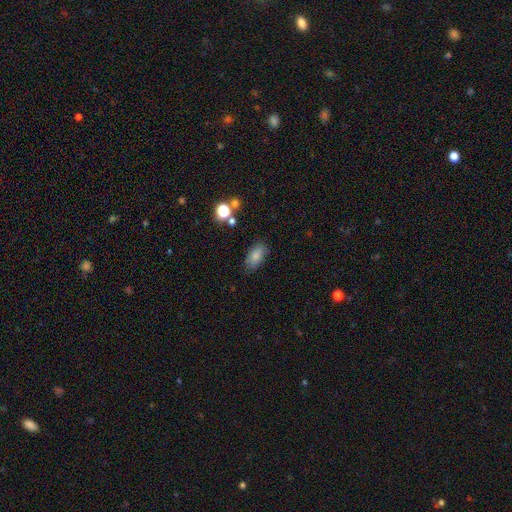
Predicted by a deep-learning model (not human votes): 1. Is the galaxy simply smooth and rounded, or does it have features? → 82% smooth, 10% star or artifact, 9% featured or disk.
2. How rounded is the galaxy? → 90% in between, 5% round, 5% cigar-shaped.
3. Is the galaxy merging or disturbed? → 80% none, 14% minor disturbance, 4% major disturbance, 2% merger.